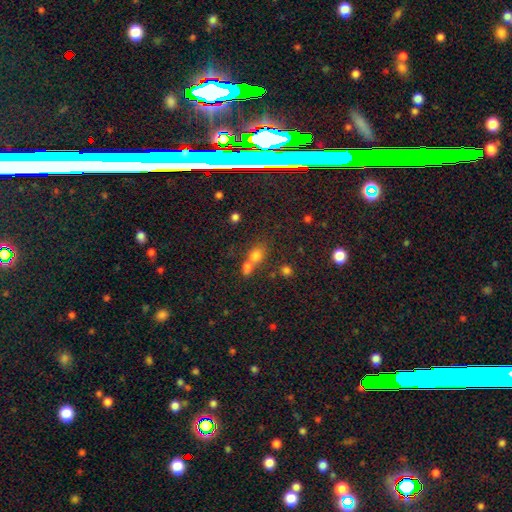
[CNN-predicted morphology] Overall: smooth (72%). How rounded: round (53%; in between 45%). Merging: merger (54%; none 32%).